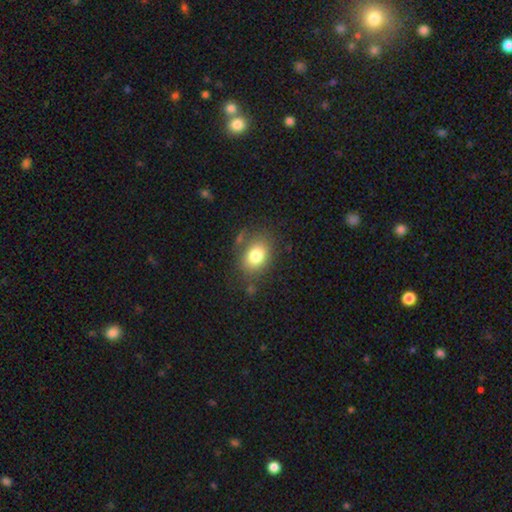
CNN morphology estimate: Smooth or featured? smooth (79%)
How rounded? in between (66%)
Merging? none (75%)